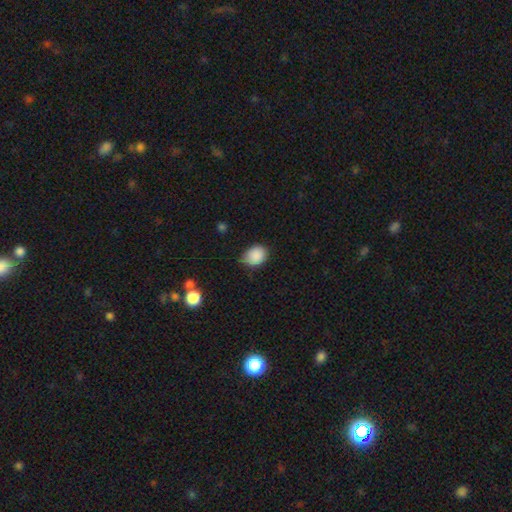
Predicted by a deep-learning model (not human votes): Morphology: type=smooth (87%); roundness=in between (52%); merging=none (61%).